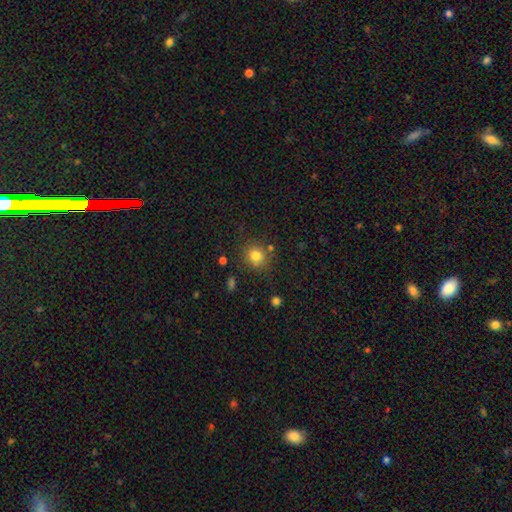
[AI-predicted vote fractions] smooth 80%, star or artifact 13%, featured or disk 7%. Down the decision tree: how rounded — round (84%); merging — none (80%).